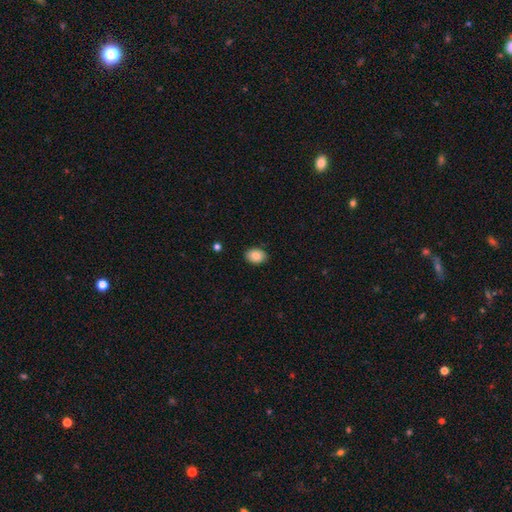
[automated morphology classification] A smooth galaxy with no disk features (82%) that is in between round and cigar-shaped (74%). Merging: none (88%).